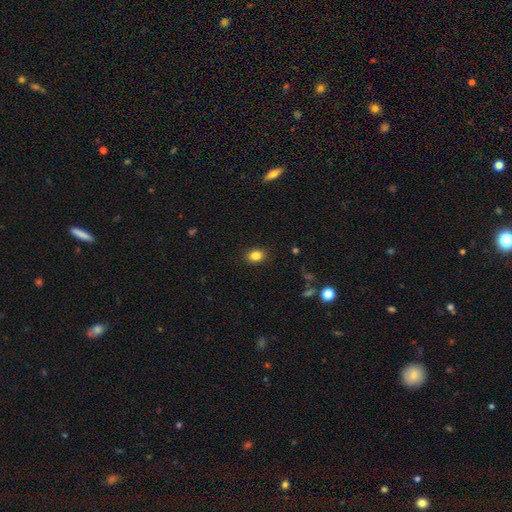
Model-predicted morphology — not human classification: This is clearly a smooth galaxy (84%). How rounded: likely in between (67%). Merging: clearly none (88%).